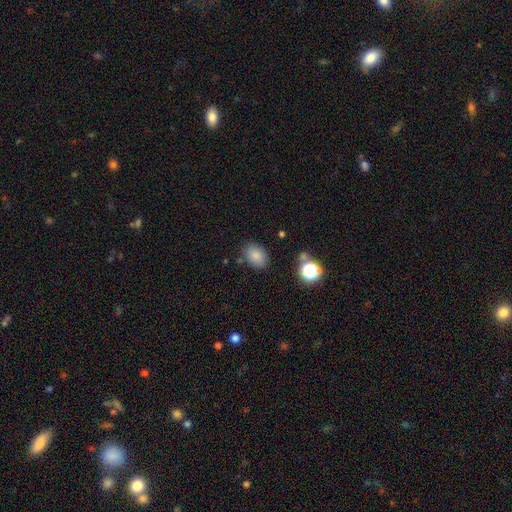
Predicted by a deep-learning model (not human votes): Morphology: type=smooth (83%); roundness=in between (76%); merging=none (80%).